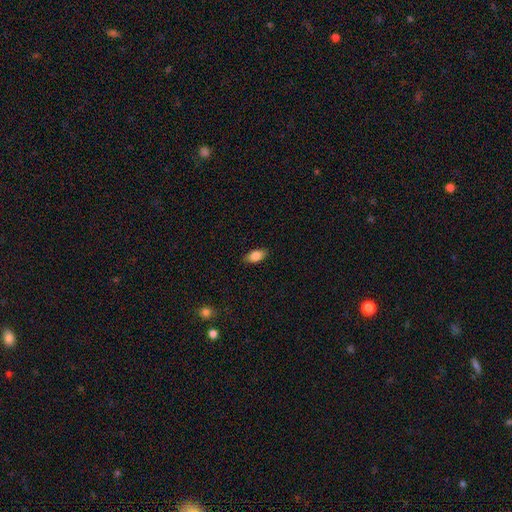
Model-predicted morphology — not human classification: Q: Smooth or featured?
A: smooth (84%); runner-up: featured or disk (9%)
Q: How rounded?
A: in between (89%); runner-up: round (5%)
Q: Merging?
A: none (86%); runner-up: minor disturbance (11%)